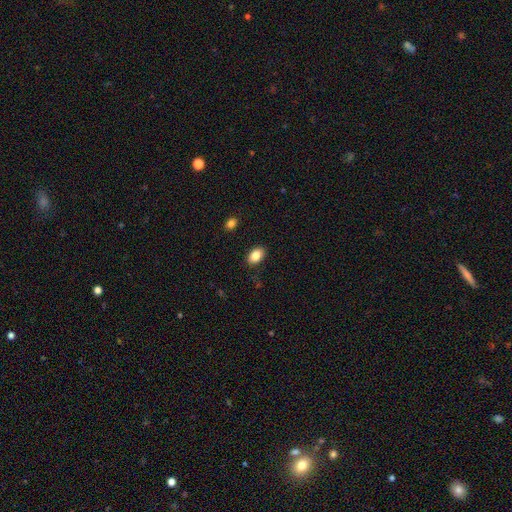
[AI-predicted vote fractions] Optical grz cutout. It shows a smooth galaxy with no disk features (86%) that is in between round and cigar-shaped (87%). Merging: none (88%).